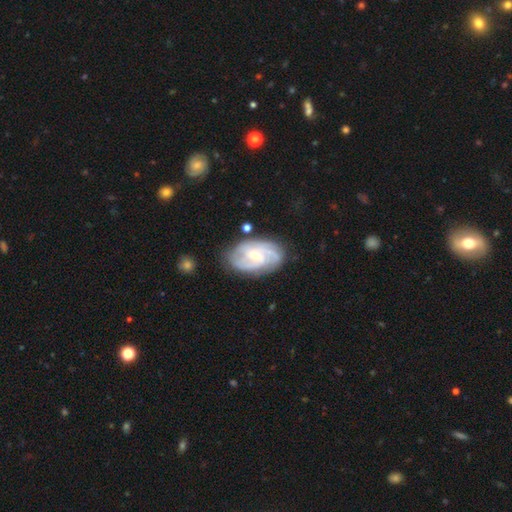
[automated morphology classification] smooth-or-featured: featured or disk: 85% | smooth: 10% | star or artifact: 5%
  disk-edge-on: no: 97% | yes: 3%
    bar: weak: 51% | no: 36% | strong: 13%
    has-spiral-arms: yes: 96% | no: 4%
      spiral-winding: tight: 49% | medium: 41% | loose: 11%
      spiral-arm-count: 3: 34% | 2: 25% | can't tell: 20% | 4: 12% | more than 4: 4% | 1: 4%
    bulge-size: small: 54% | moderate: 42% | large: 2% | none: 1% | dominant: 1%
  merging: none: 75% | minor disturbance: 18% | major disturbance: 5% | merger: 2%